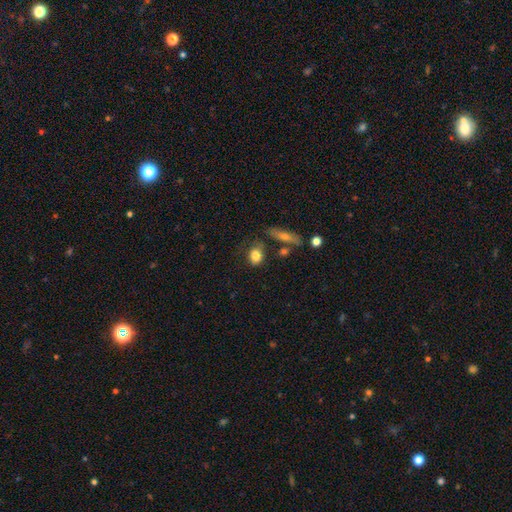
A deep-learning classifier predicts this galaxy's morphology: This is clearly a smooth galaxy (81%). How rounded: possibly in between (59%). Merging: likely none (63%).